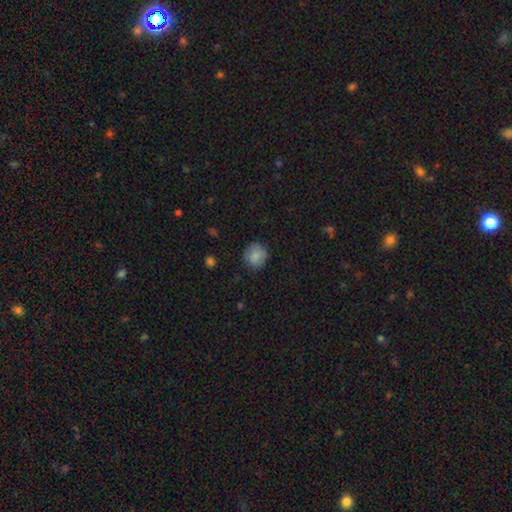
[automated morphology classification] smooth_or_featured: smooth (p=0.84) [alt: star or artifact p=0.08]
how_rounded: round (p=0.88) [alt: in between p=0.11]
merging: none (p=0.83) [alt: minor disturbance p=0.13]